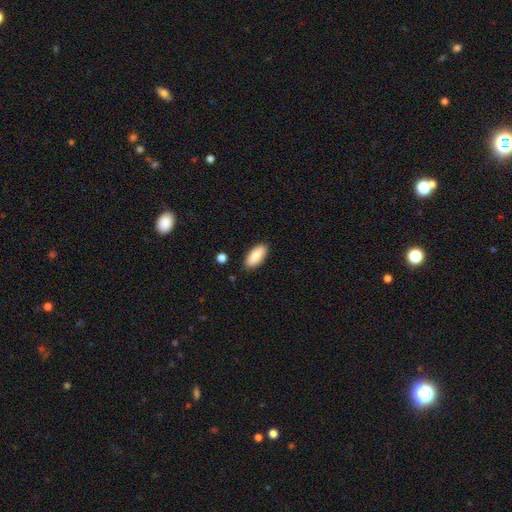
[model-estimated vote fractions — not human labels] Smooth or featured: smooth — 84% (featured or disk — 10%)
How rounded: in between — 86% (cigar-shaped — 12%)
Merging: none — 88% (minor disturbance — 9%)